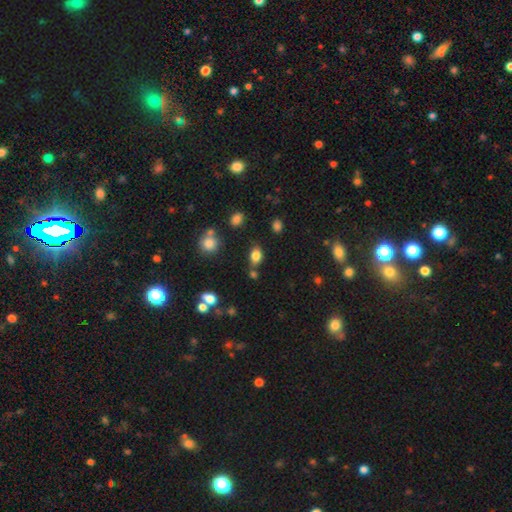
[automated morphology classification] This is likely a smooth galaxy (80%). How rounded: likely in between (77%). Merging: likely none (68%).